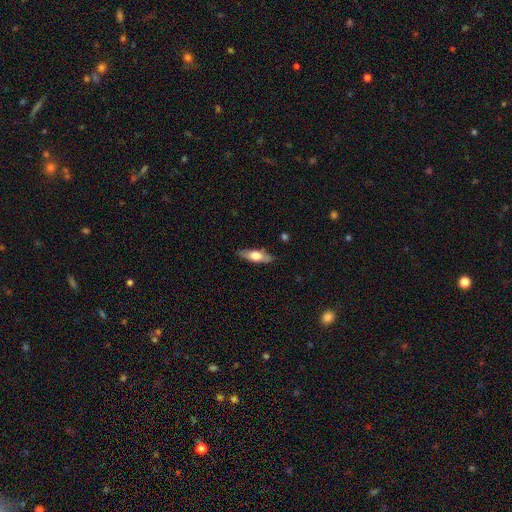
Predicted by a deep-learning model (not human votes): The model was most divided on "how rounded": in between: 53%, cigar-shaped: 44%, round: 3%. More confident: merging — none (83%); smooth or featured — smooth (56%).